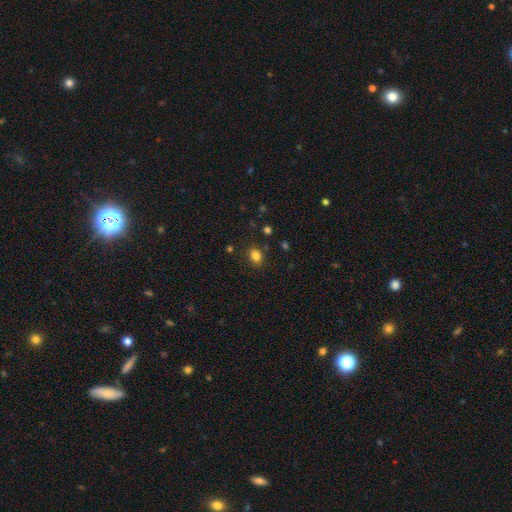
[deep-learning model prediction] This appears to be a smooth galaxy with no disk features (83%) that is in between round and cigar-shaped (57%). Merging: none (85%).